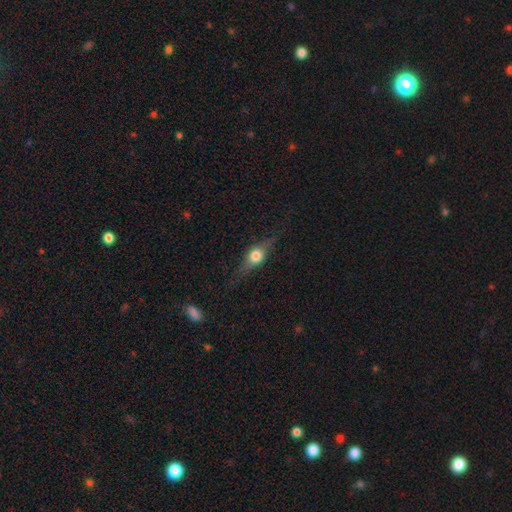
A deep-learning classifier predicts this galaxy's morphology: Smooth or featured? featured or disk (54%)
Edge-on disk? yes (92%)
Merging? none (79%)